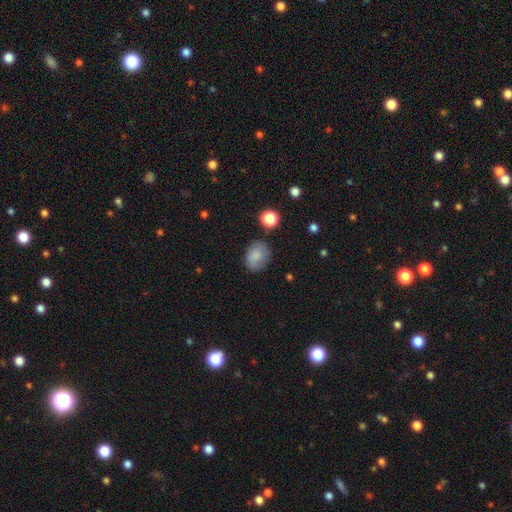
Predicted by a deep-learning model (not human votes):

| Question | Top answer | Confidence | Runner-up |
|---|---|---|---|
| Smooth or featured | smooth | 82% | featured or disk (9%) |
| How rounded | round | 51% | in between (48%) |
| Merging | none | 73% | minor disturbance (19%) |